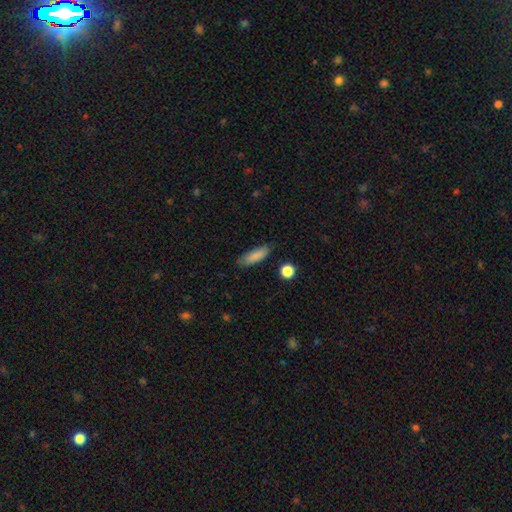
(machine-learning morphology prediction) A smooth galaxy with no disk features (86%) that is in between round and cigar-shaped (51%). Merging: none (81%).